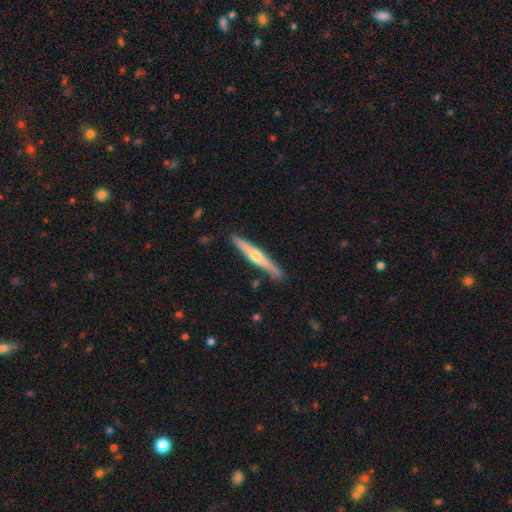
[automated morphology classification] Overall: featured or disk (65%; smooth 30%). Edge-on disk: yes (97%). Edge-on bulge: rounded (87%). Merging: none (90%).